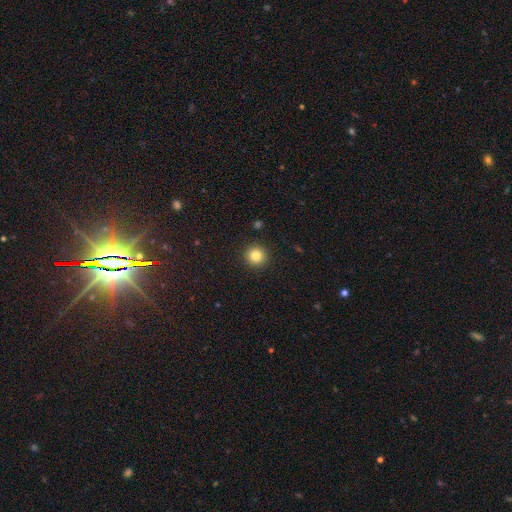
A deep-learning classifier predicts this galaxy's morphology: type=smooth (83%); roundness=round (95%); merging=none (92%).